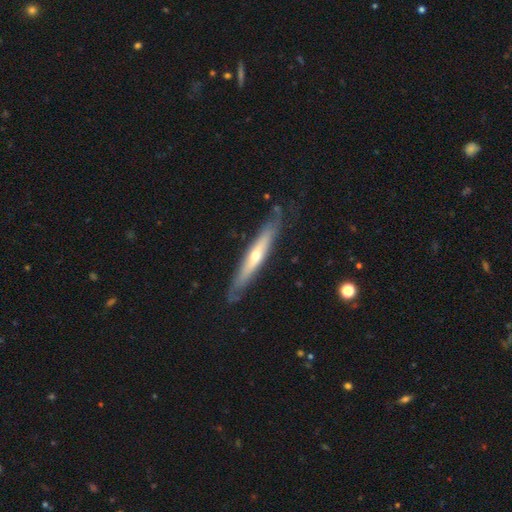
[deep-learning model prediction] Smooth or featured? featured or disk (64%)
Edge-on disk? yes (82%)
Edge-on bulge? rounded (75%)
Merging? none (78%)